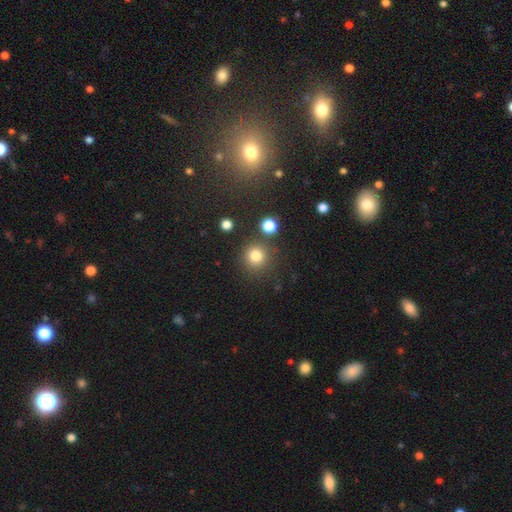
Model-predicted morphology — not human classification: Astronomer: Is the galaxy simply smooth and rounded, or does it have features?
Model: smooth — 80%.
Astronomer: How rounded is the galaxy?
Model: round — 92%.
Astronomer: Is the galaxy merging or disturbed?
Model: none — 81%.